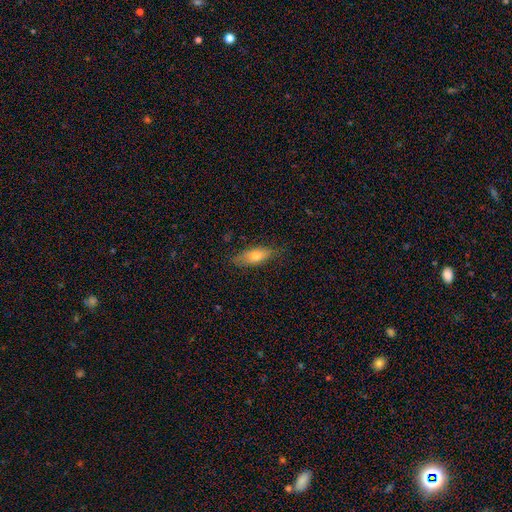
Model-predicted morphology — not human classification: Smooth or featured?
  - smooth: 68% *
  - featured or disk: 25%
  - star or artifact: 7%
How rounded?
  - in between: 69% *
  - cigar-shaped: 27%
  - round: 3%
Merging?
  - none: 78% *
  - minor disturbance: 17%
  - major disturbance: 3%
  - merger: 1%